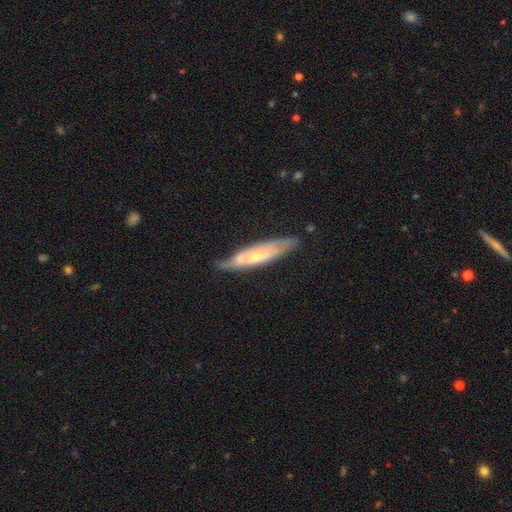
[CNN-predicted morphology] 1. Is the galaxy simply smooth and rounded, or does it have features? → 57% featured or disk, 34% smooth, 9% star or artifact.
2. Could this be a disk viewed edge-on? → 72% yes, 28% no.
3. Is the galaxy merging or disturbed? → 77% none, 17% minor disturbance, 4% major disturbance, 3% merger.